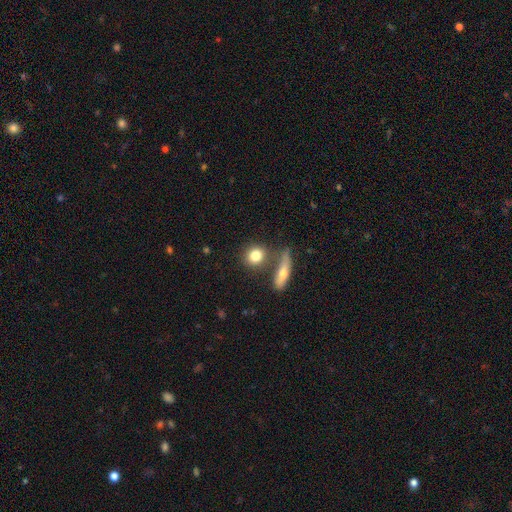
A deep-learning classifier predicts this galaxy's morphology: The model was most divided on "merging": none: 63%, merger: 21%, minor disturbance: 11%, major disturbance: 5%. More confident: smooth or featured — smooth (80%); how rounded — round (69%).